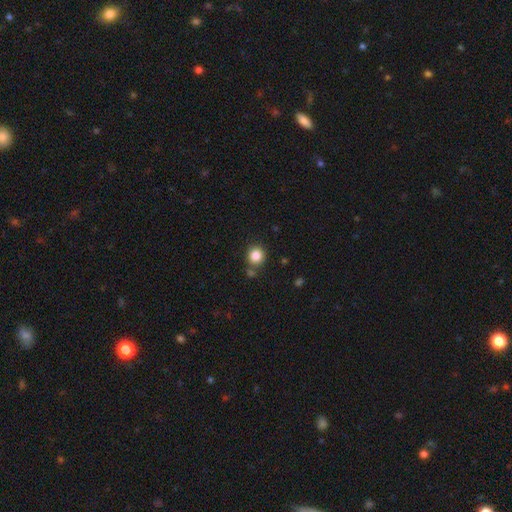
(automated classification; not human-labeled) This is clearly a smooth galaxy (85%). How rounded: clearly round (89%). Merging: likely none (78%).